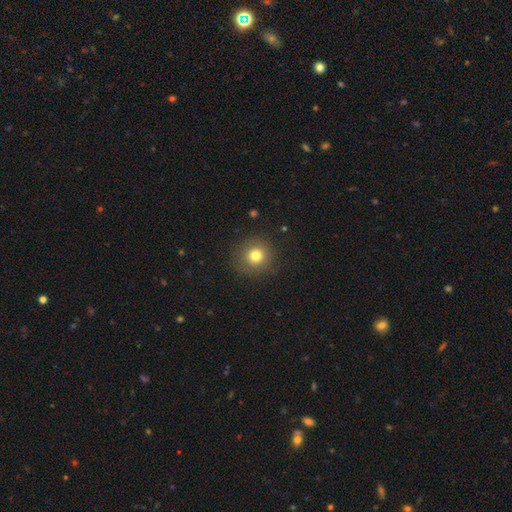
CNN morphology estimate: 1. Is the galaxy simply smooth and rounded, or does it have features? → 78% smooth, 14% star or artifact, 9% featured or disk.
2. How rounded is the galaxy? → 93% round, 6% in between, 1% cigar-shaped.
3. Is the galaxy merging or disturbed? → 89% none, 7% minor disturbance, 3% major disturbance, 1% merger.